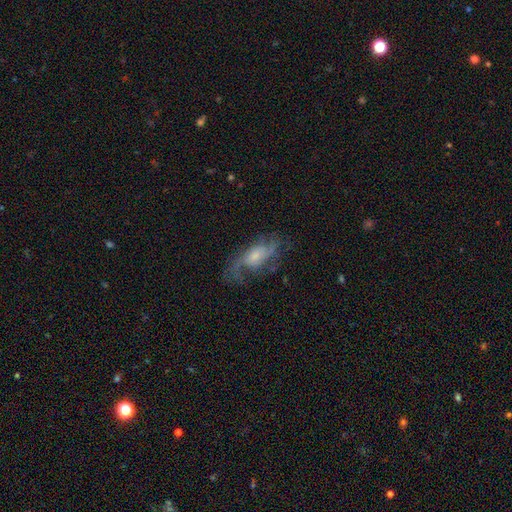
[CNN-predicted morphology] Smooth or featured? featured or disk (72%)
Edge-on disk? no (90%)
Bar? no (65%)
Spiral arms? yes (86%)
Spiral winding? loose (43%)
Spiral arm count? 2 (48%)
Bulge size? moderate (39%, tied with small)
Merging? none (56%)